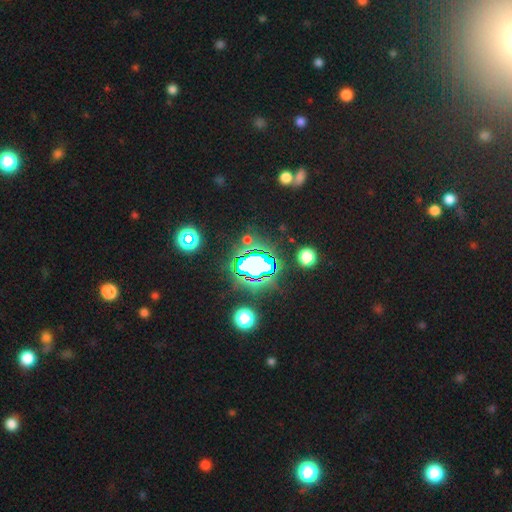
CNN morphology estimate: smooth_or_featured: star or artifact (p=0.77) [alt: smooth p=0.15]